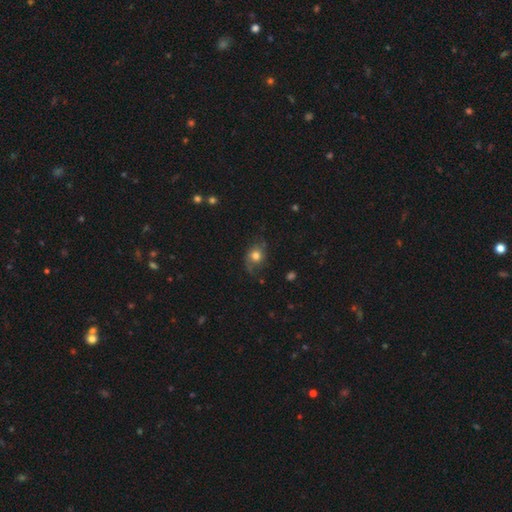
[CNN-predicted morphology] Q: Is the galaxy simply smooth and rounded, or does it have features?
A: smooth — 61%.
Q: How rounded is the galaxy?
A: round — 59%.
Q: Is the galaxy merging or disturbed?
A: none — 61%.